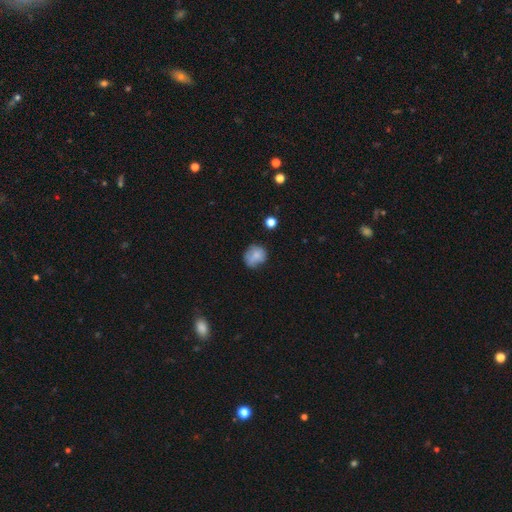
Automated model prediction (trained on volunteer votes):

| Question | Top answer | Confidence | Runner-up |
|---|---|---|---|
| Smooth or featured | smooth | 75% | featured or disk (15%) |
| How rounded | round | 79% | in between (20%) |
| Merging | none | 59% | minor disturbance (28%) |